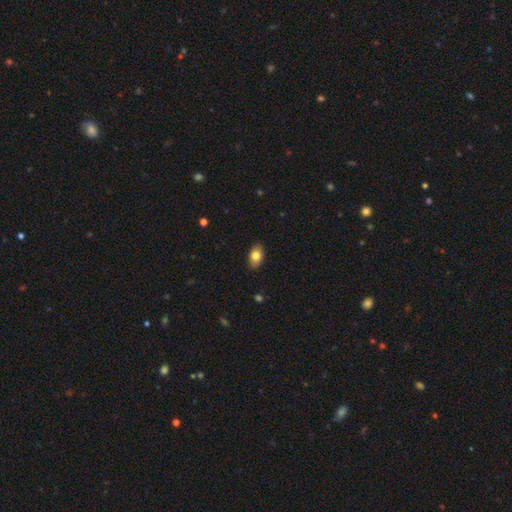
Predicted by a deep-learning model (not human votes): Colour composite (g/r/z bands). It shows a smooth galaxy with no disk features (80%) that is in between round and cigar-shaped (88%). Merging: none (87%).